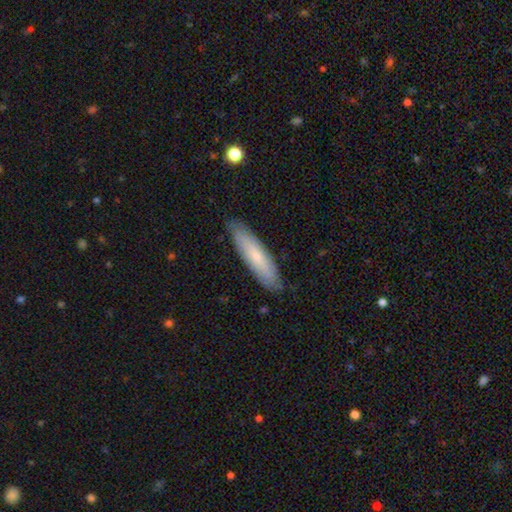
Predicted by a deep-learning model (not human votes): Smooth or featured?
  - smooth: 66% *
  - featured or disk: 28%
  - star or artifact: 6%
How rounded?
  - cigar-shaped: 75% *
  - in between: 24%
  - round: 1%
Merging?
  - none: 85% *
  - minor disturbance: 12%
  - major disturbance: 2%
  - merger: 1%